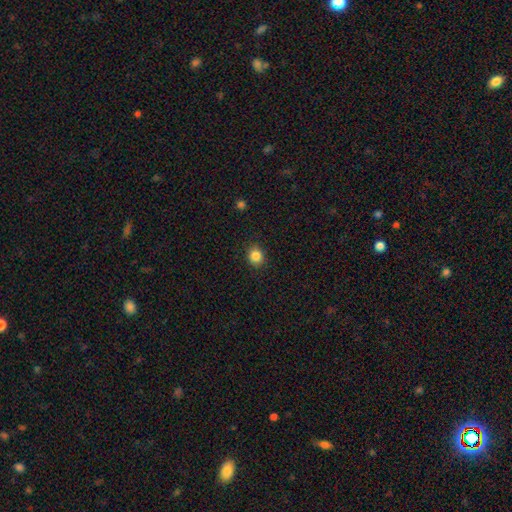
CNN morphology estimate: This appears to be a smooth galaxy with no disk features (85%) that is round (78%). Merging: none (88%).